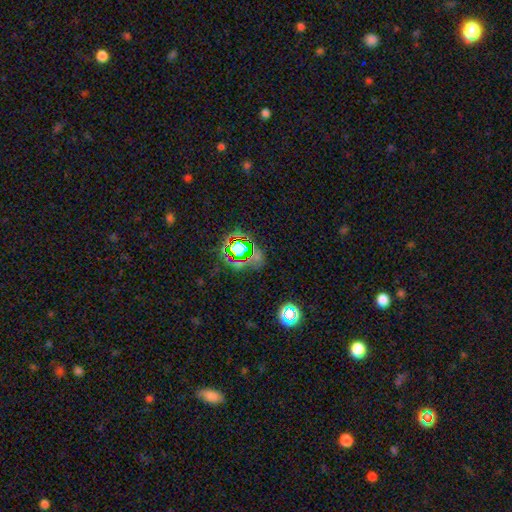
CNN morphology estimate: This is likely a star or artifact rather than a galaxy (70%).